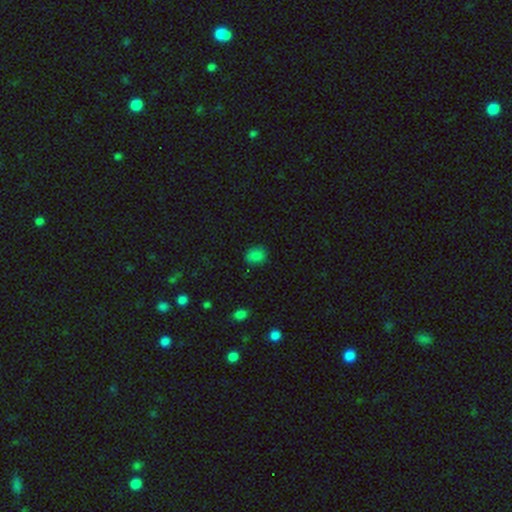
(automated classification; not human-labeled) Smooth or featured? Predicted: smooth (p=0.82). How rounded? Predicted: in between (p=0.54). Merging? Predicted: none (p=0.79).